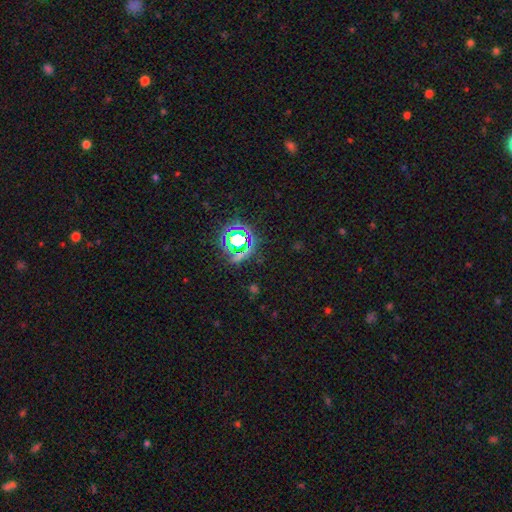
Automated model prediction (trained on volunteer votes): Smooth or featured?
  - star or artifact: 76% *
  - smooth: 16%
  - featured or disk: 8%